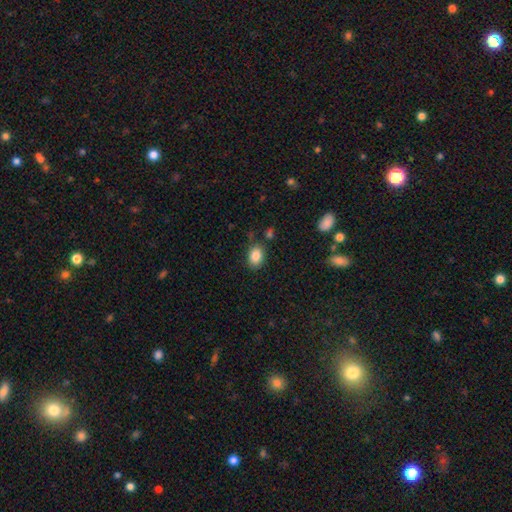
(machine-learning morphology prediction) A smooth galaxy with no disk features (86%) that is in between round and cigar-shaped (76%).

Vote fractions:
- Smooth or featured? smooth: 86% / star or artifact: 9% / featured or disk: 6%
- How rounded? in between: 76% / round: 23% / cigar-shaped: 1%
- Merging? none: 80% / minor disturbance: 13% / merger: 4% / major disturbance: 3%